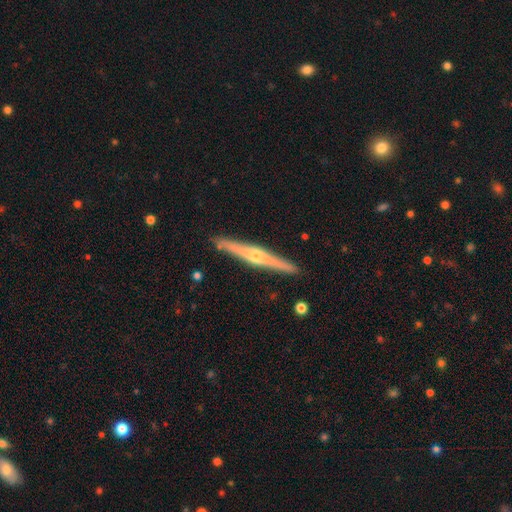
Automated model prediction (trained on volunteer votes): This is likely a featured or disk galaxy (78%). It is clearly viewed edge-on (98%). Edge-on bulge: clearly rounded (87%). Merging: clearly none (92%).